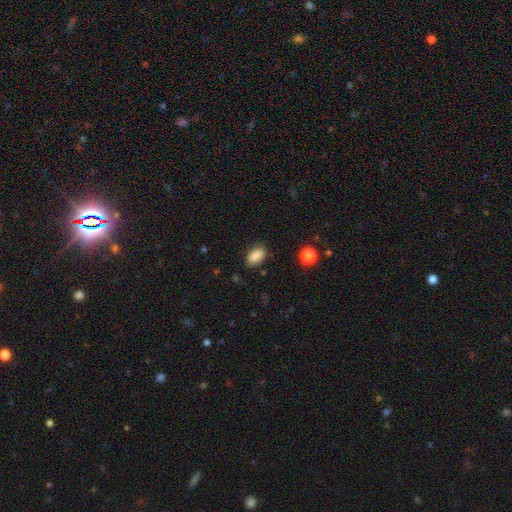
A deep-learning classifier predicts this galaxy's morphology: Smooth or featured? Predicted: smooth (p=0.84). How rounded? Predicted: in between (p=0.89). Merging? Predicted: none (p=0.80).